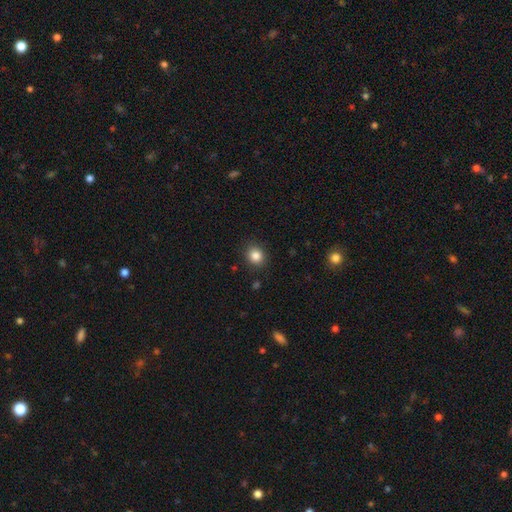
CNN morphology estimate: smooth_or_featured: smooth (p=0.85) [alt: star or artifact p=0.11]
how_rounded: round (p=0.81) [alt: in between p=0.18]
merging: none (p=0.89) [alt: minor disturbance p=0.07]